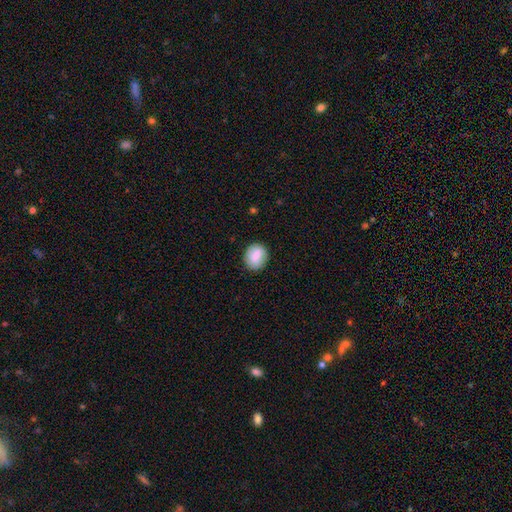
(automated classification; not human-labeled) The model was most divided on "how rounded": round: 57%, in between: 42%, cigar-shaped: 1%. More confident: merging — none (86%); smooth or featured — smooth (84%).